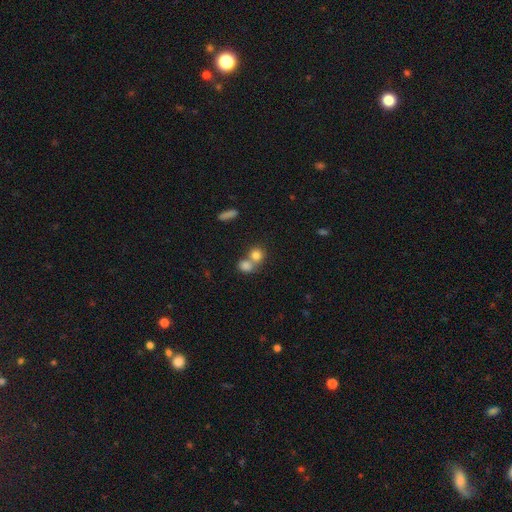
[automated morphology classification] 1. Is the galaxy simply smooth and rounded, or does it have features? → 80% smooth, 11% star or artifact, 9% featured or disk.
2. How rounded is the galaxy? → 76% round, 22% in between, 2% cigar-shaped.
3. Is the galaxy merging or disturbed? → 51% merger, 39% none, 6% minor disturbance, 3% major disturbance.